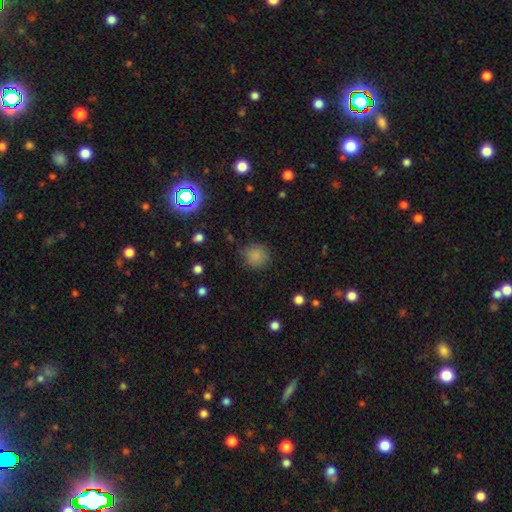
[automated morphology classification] Overall: smooth (83%). How rounded: round (88%). Merging: none (80%).